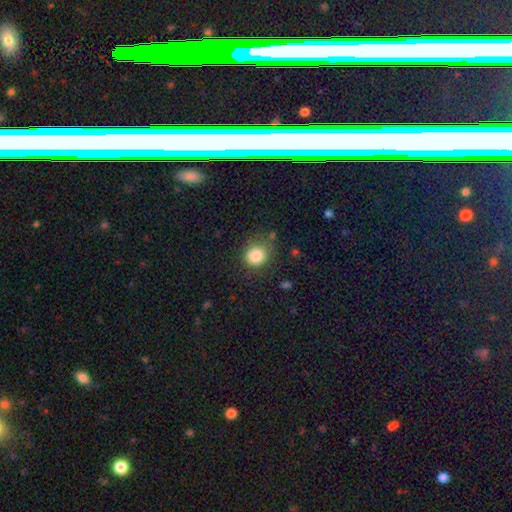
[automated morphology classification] smooth 85%, star or artifact 10%, featured or disk 5%. Down the decision tree: how rounded — round (82%); merging — none (75%).